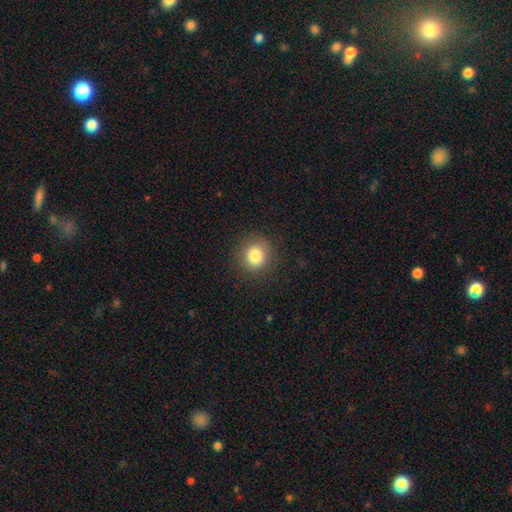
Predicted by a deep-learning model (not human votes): Morphology: type=smooth (83%); roundness=round (90%); merging=none (89%).